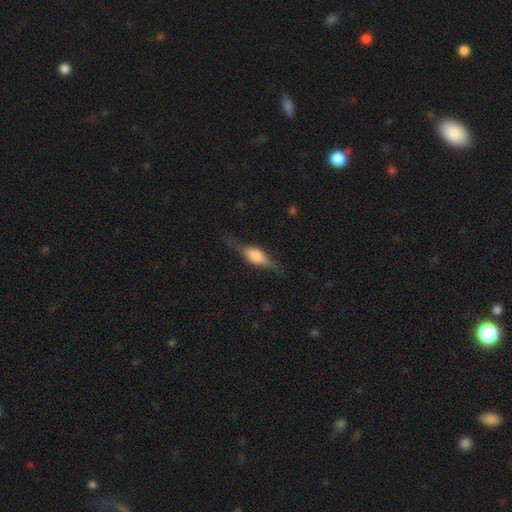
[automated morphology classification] This is possibly a smooth galaxy (47%). Merging: likely none (69%).